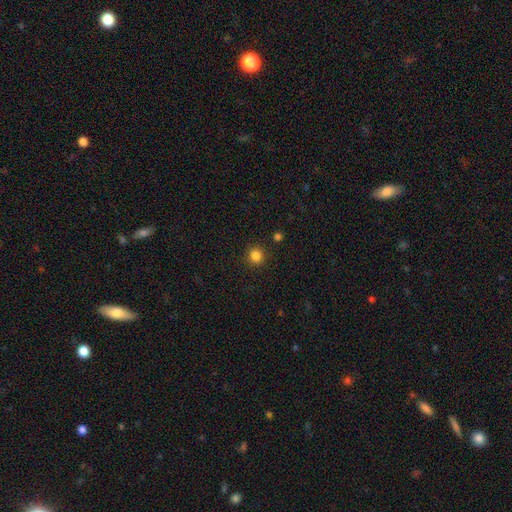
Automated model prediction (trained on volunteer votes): Smooth or featured? Predicted: smooth (p=0.84). How rounded? Predicted: round (p=0.92). Merging? Predicted: none (p=0.91).